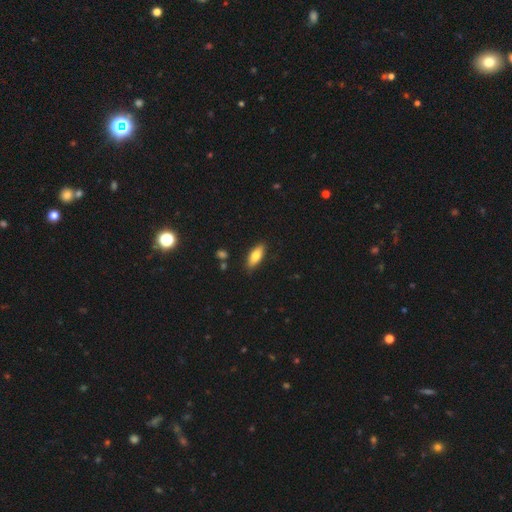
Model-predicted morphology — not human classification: A smooth galaxy with no disk features (77%) that is in between round and cigar-shaped (75%). Merging: none (85%).